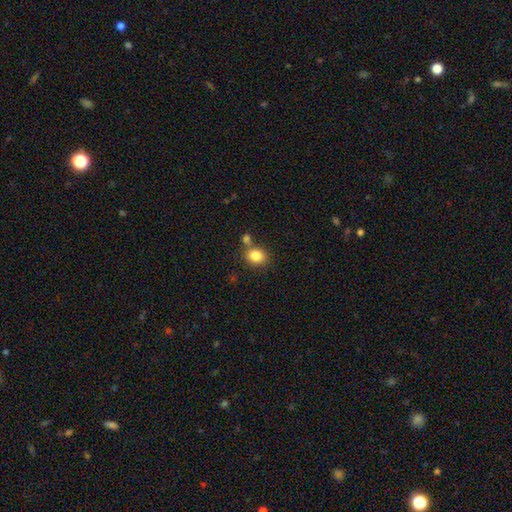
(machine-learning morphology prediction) Overall: smooth (84%). How rounded: round (62%; in between 37%). Merging: none (66%).